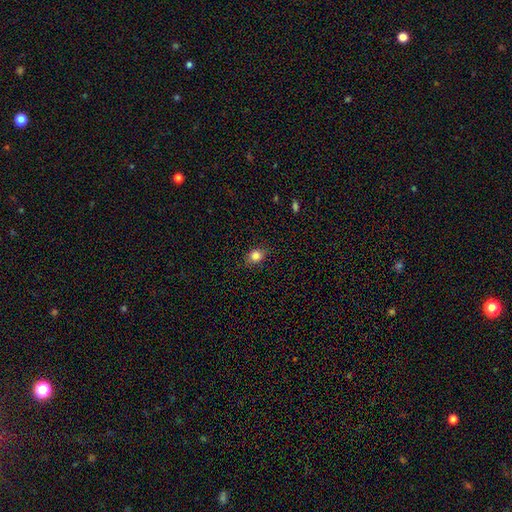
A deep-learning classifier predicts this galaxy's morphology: Smooth or featured?
  - smooth: 83% *
  - star or artifact: 11%
  - featured or disk: 6%
How rounded?
  - round: 51% *
  - in between: 48%
  - cigar-shaped: 1%
Merging?
  - none: 84% *
  - minor disturbance: 12%
  - major disturbance: 3%
  - merger: 1%